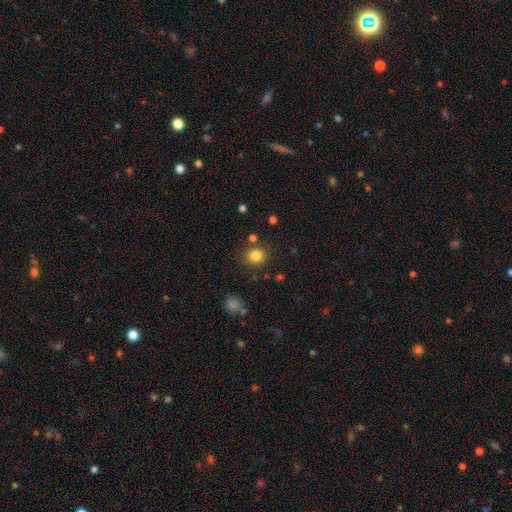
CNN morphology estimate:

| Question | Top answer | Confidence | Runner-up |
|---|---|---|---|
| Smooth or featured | smooth | 82% | star or artifact (12%) |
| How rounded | round | 86% | in between (13%) |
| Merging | none | 82% | minor disturbance (9%) |